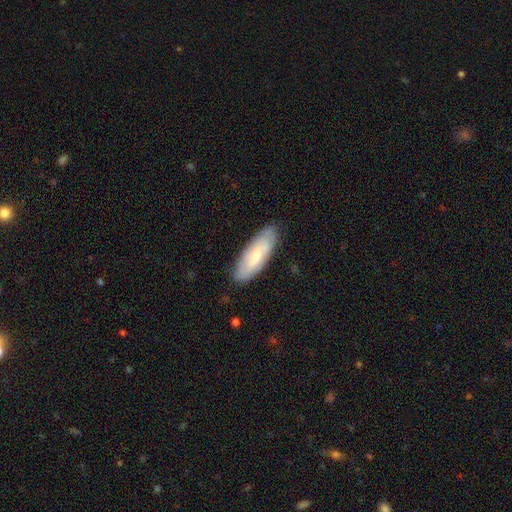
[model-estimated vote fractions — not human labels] Smooth or featured?
  - smooth: 64% *
  - featured or disk: 30%
  - star or artifact: 6%
How rounded?
  - in between: 63% *
  - cigar-shaped: 36%
  - round: 2%
Merging?
  - none: 83% *
  - minor disturbance: 13%
  - major disturbance: 2%
  - merger: 1%